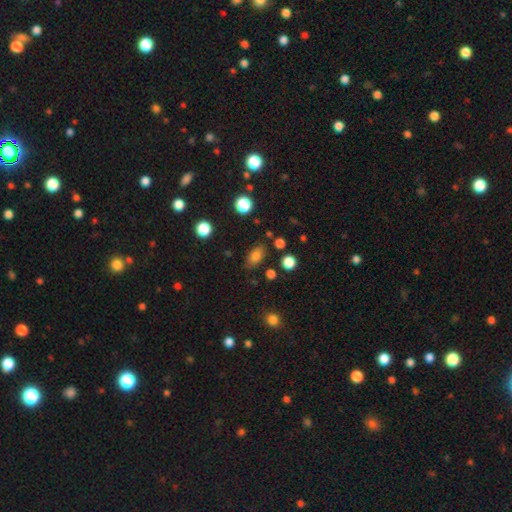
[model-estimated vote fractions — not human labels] Smooth or featured?
  - smooth: 80% *
  - star or artifact: 11%
  - featured or disk: 8%
How rounded?
  - in between: 84% *
  - round: 12%
  - cigar-shaped: 4%
Merging?
  - none: 80% *
  - minor disturbance: 13%
  - major disturbance: 4%
  - merger: 4%